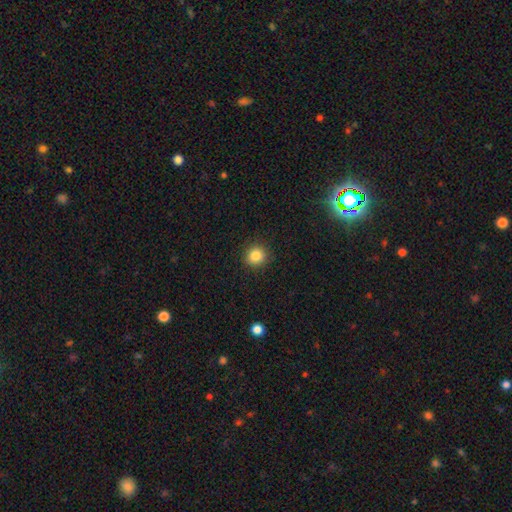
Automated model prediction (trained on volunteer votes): A smooth galaxy with no disk features (84%) that is round (90%).

Vote fractions:
- Smooth or featured? smooth: 84% / star or artifact: 11% / featured or disk: 5%
- How rounded? round: 90% / in between: 9% / cigar-shaped: 1%
- Merging? none: 91% / minor disturbance: 6% / major disturbance: 2% / merger: 1%